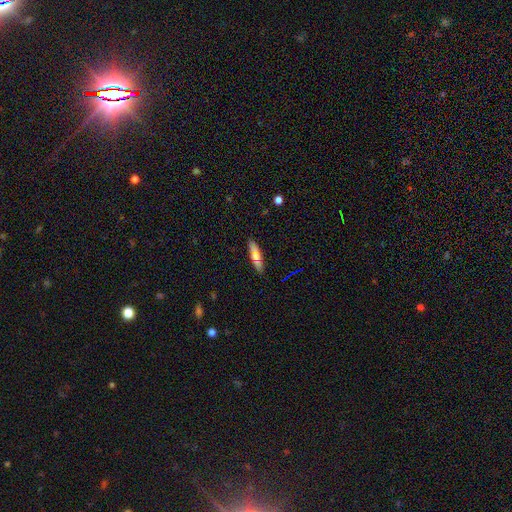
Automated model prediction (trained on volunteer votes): Smooth or featured: smooth — 61% (featured or disk — 30%)
How rounded: cigar-shaped — 70% (in between — 27%)
Merging: none — 84% (minor disturbance — 10%)